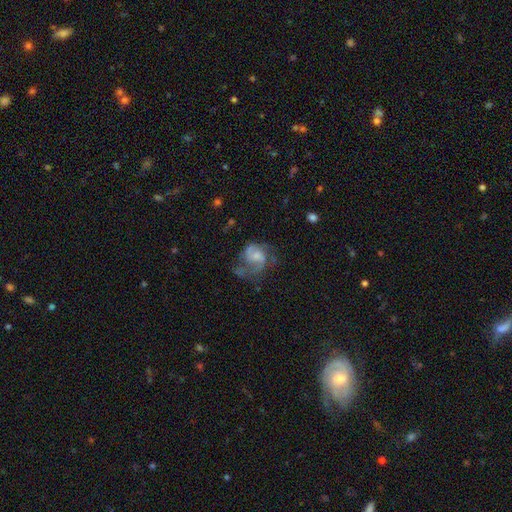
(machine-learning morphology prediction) smooth-or-featured: featured or disk: 70% | smooth: 22% | star or artifact: 8%
  disk-edge-on: no: 98% | yes: 2%
    bar: no: 63% | weak: 32% | strong: 5%
    has-spiral-arms: yes: 87% | no: 13%
      spiral-winding: medium: 47% | loose: 34% | tight: 19%
      spiral-arm-count: 2: 60% | 1: 17% | can't tell: 12% | 3: 7% | 4: 2% | more than 4: 2%
    bulge-size: small: 36% | moderate: 34% | none: 19% | large: 9% | dominant: 2%
  merging: none: 37% (tied) | major disturbance: 37% (tied) | minor disturbance: 21% | merger: 4%